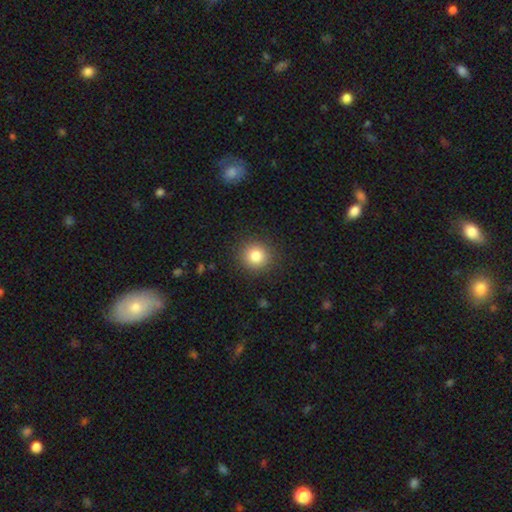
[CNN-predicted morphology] Q: Smooth or featured?
A: smooth (82%); runner-up: star or artifact (11%)
Q: How rounded?
A: round (92%); runner-up: in between (7%)
Q: Merging?
A: none (90%); runner-up: minor disturbance (6%)